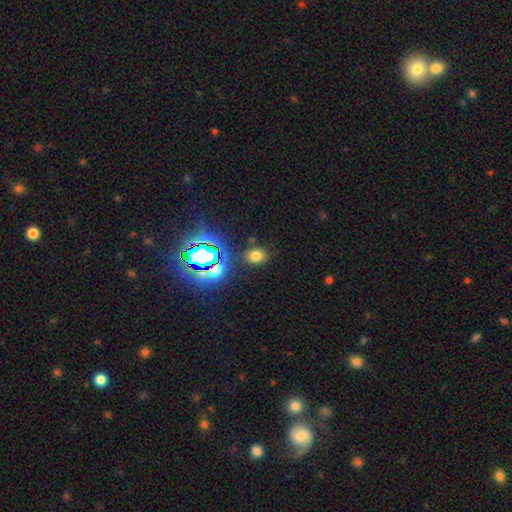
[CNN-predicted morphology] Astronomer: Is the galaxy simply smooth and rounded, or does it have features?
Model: smooth — 67%.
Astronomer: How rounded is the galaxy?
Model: in between — 56% (runner-up: round, 43%).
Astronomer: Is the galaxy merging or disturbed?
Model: none — 81%.